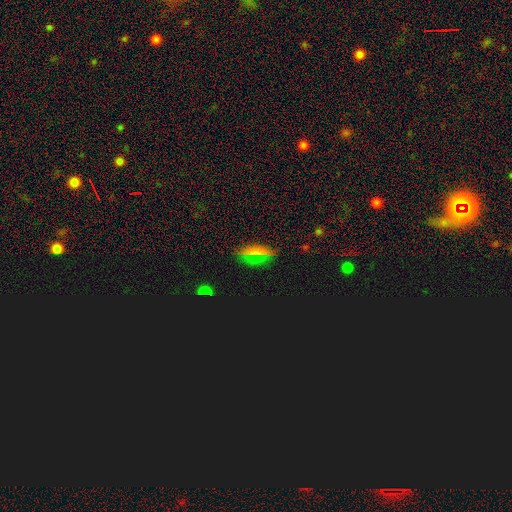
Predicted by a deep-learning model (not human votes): Overall: smooth (49%; star or artifact 38%). Merging: none (84%).